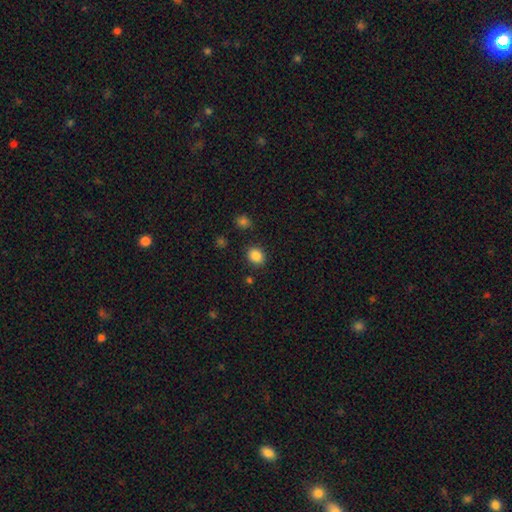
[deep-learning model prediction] The model was most divided on "how rounded": round: 57%, in between: 43%, cigar-shaped: 1%. More confident: smooth or featured — smooth (86%); merging — none (85%).